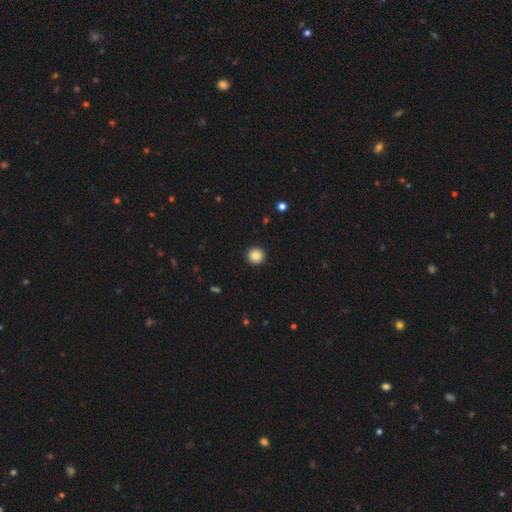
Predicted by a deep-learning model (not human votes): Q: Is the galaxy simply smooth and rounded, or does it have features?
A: smooth — 85%.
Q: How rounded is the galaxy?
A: round — 95%.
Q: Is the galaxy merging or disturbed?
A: none — 93%.